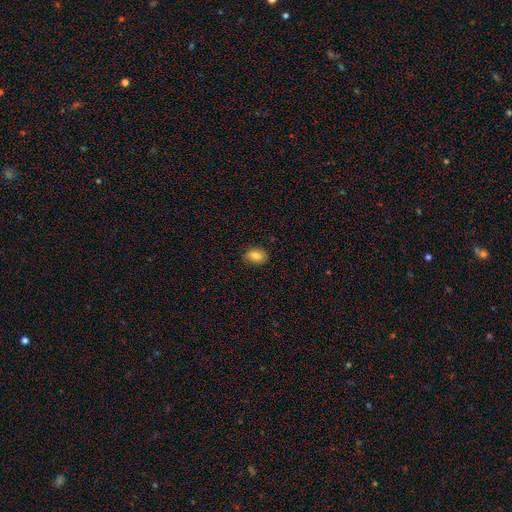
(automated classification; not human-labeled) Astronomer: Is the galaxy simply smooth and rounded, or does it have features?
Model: smooth — 83%.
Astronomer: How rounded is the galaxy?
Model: in between — 82%.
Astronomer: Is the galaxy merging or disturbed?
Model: none — 86%.